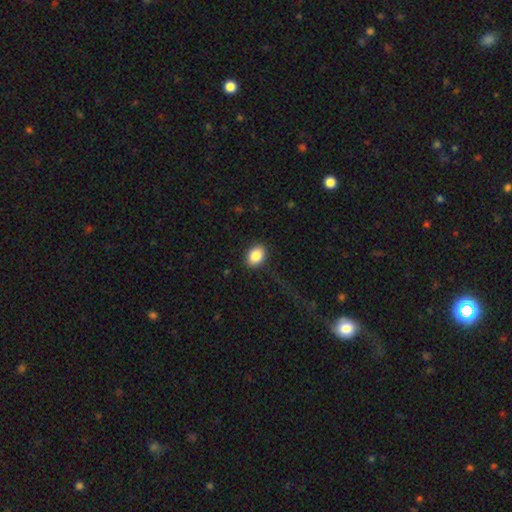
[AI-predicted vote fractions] Smooth or featured?
  - smooth: 87% *
  - star or artifact: 8%
  - featured or disk: 6%
How rounded?
  - in between: 73% *
  - round: 26%
  - cigar-shaped: 1%
Merging?
  - none: 85% *
  - minor disturbance: 10%
  - major disturbance: 4%
  - merger: 1%